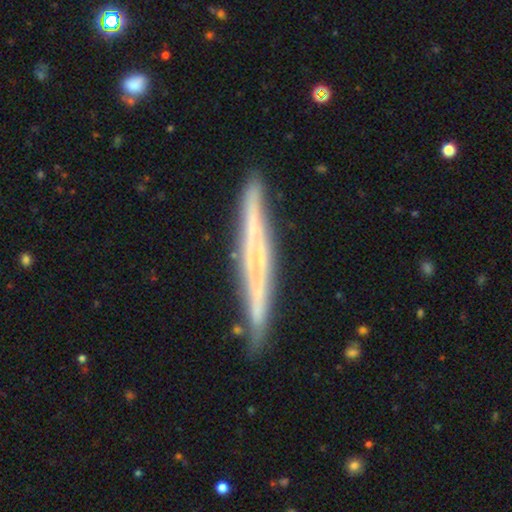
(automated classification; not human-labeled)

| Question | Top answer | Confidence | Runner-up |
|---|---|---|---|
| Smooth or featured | featured or disk | 67% | smooth (26%) |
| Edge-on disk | yes | 94% | no (6%) |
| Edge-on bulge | none | 77% | rounded (14%) |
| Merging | none | 84% | minor disturbance (12%) |